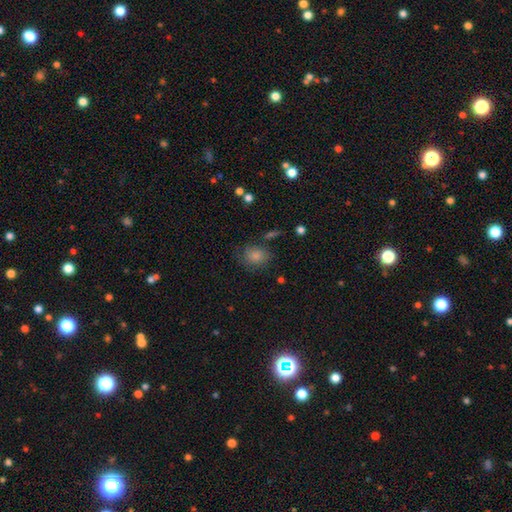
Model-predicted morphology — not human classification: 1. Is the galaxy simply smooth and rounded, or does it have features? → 82% smooth, 10% star or artifact, 9% featured or disk.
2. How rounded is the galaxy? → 56% round, 43% in between, 1% cigar-shaped.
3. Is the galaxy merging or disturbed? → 67% none, 21% minor disturbance, 8% major disturbance, 4% merger.